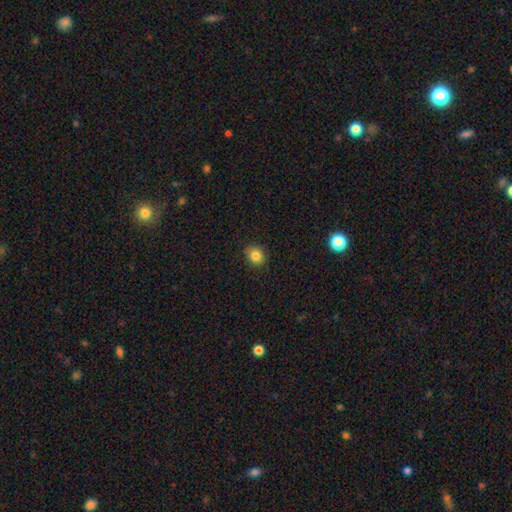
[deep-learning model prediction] Smooth or featured?
  - smooth: 83% *
  - star or artifact: 11%
  - featured or disk: 6%
How rounded?
  - round: 72% *
  - in between: 27%
  - cigar-shaped: 1%
Merging?
  - none: 88% *
  - minor disturbance: 9%
  - major disturbance: 2%
  - merger: 1%